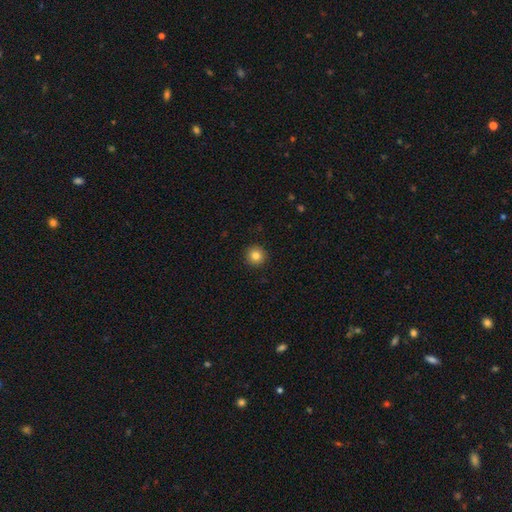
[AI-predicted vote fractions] smooth 83%, star or artifact 11%, featured or disk 6%. Down the decision tree: how rounded — round (95%); merging — none (93%).